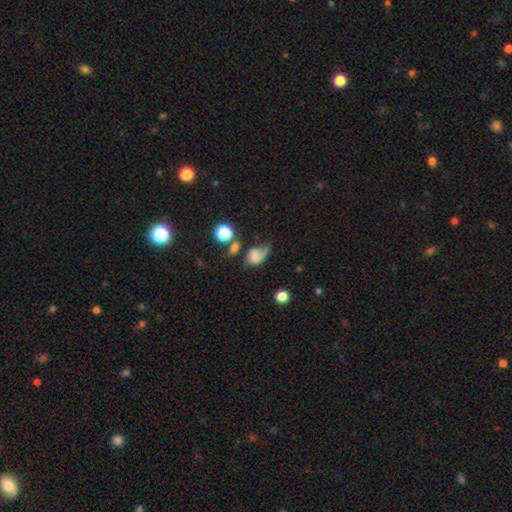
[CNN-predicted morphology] smooth-or-featured: smooth: 51% | featured or disk: 35% | star or artifact: 14%
  how-rounded: in between: 68% | round: 30% | cigar-shaped: 2%
  merging: major disturbance: 35% | minor disturbance: 28% | none: 25% | merger: 12%